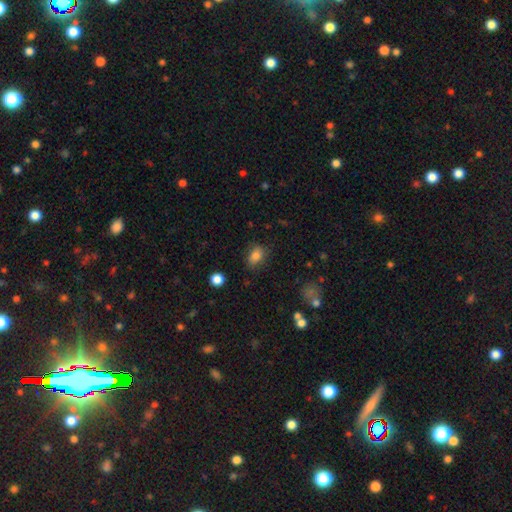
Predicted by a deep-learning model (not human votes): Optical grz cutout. It shows a smooth galaxy with no disk features (83%) that is in between round and cigar-shaped (80%). Merging: none (77%).